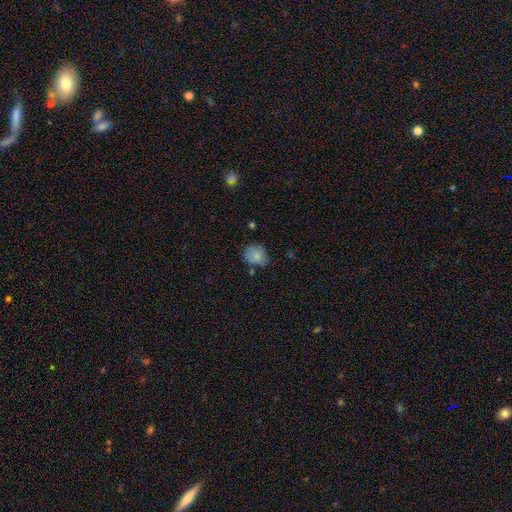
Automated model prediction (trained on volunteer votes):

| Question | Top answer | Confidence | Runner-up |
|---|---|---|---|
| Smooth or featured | smooth | 81% | star or artifact (10%) |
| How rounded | round | 59% | in between (40%) |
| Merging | none | 62% | minor disturbance (26%) |